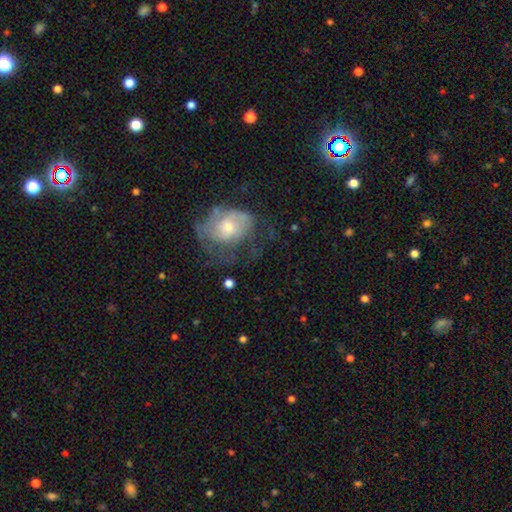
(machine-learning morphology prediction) type=featured or disk (59%); edge-on=no (95%); bar=no (71%); spiral arms=yes (78%); bulge=moderate (51%); merging=none (65%).